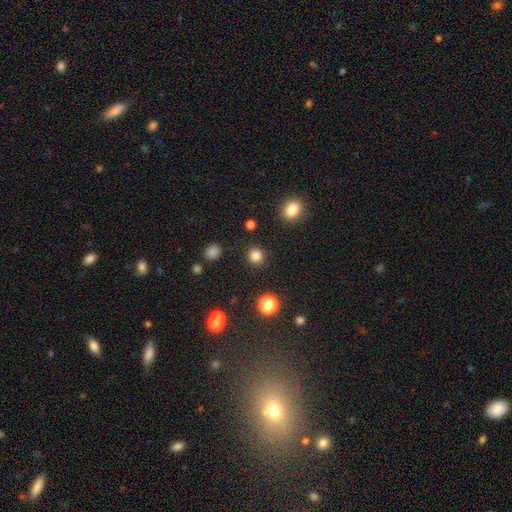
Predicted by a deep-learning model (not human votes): A smooth galaxy with no disk features (83%) that is round (91%).

Vote fractions:
- Smooth or featured? smooth: 83% / star or artifact: 13% / featured or disk: 4%
- How rounded? round: 91% / in between: 8% / cigar-shaped: 1%
- Merging? none: 90% / minor disturbance: 5% / major disturbance: 2% / merger: 2%